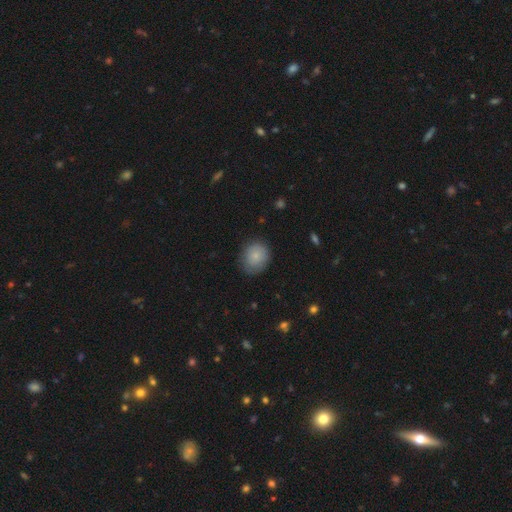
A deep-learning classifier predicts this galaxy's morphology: Overall: smooth (83%). How rounded: round (70%). Merging: none (75%).